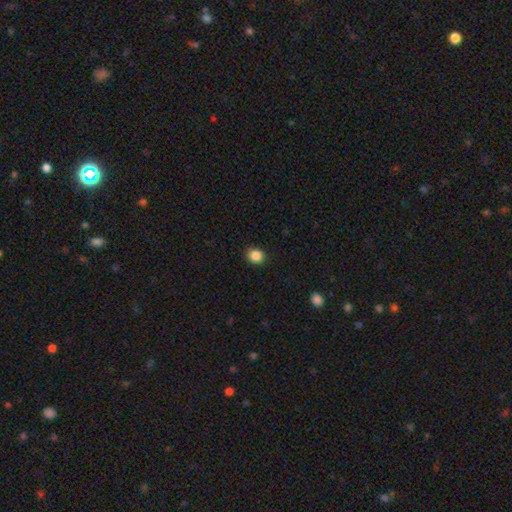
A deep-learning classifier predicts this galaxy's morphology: smooth-or-featured: smooth: 86% | star or artifact: 10% | featured or disk: 4%
  how-rounded: round: 71% | in between: 28% | cigar-shaped: 1%
  merging: none: 87% | minor disturbance: 10% | major disturbance: 2% | merger: 1%